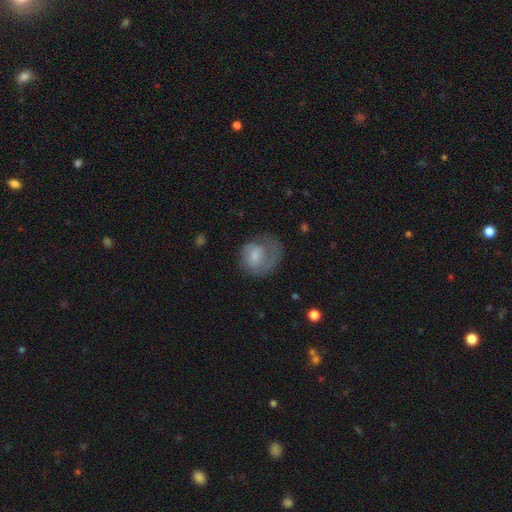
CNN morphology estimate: type=smooth (50%); roundness=round (63%); merging=none (38%).